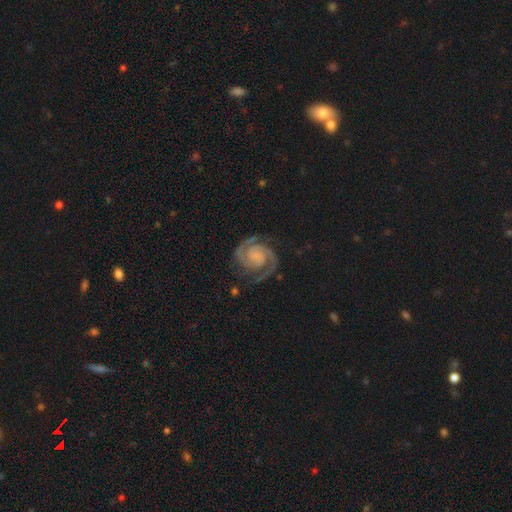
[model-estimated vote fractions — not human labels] featured or disk 93%, star or artifact 4%, smooth 3%. Down the decision tree: edge-on disk — no (98%); bar — no (59%); spiral arms — yes (99%); spiral arm count — 2 (93%); spiral winding — tight (58%); bulge size — none (48%); merging — none (81%).